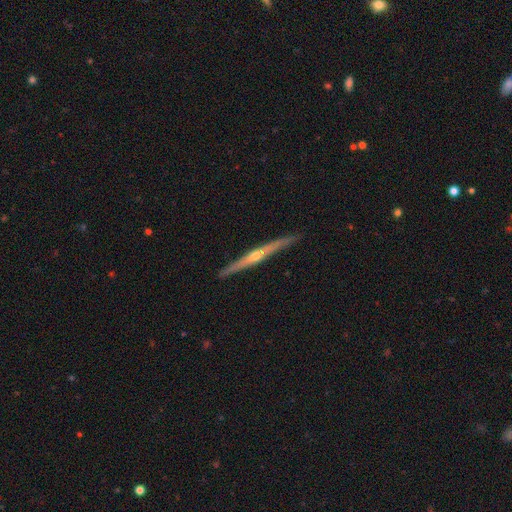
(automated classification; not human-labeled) This appears to be a featured or disk galaxy (81%) viewed edge-on (98%) with a rounded central bulge (84%). Merging: none (91%).